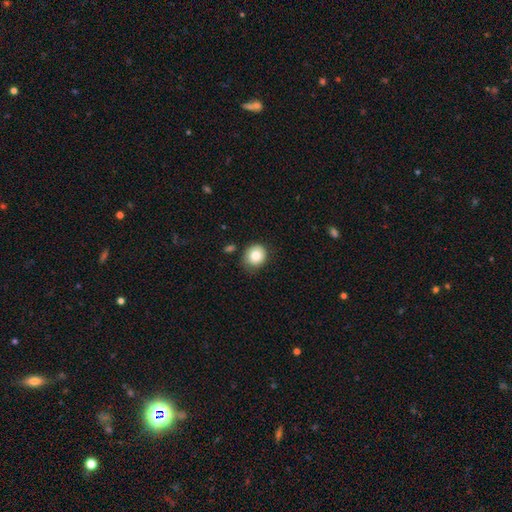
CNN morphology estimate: Q: Smooth or featured?
A: smooth (82%); runner-up: star or artifact (9%)
Q: How rounded?
A: round (78%); runner-up: in between (21%)
Q: Merging?
A: none (73%); runner-up: minor disturbance (20%)